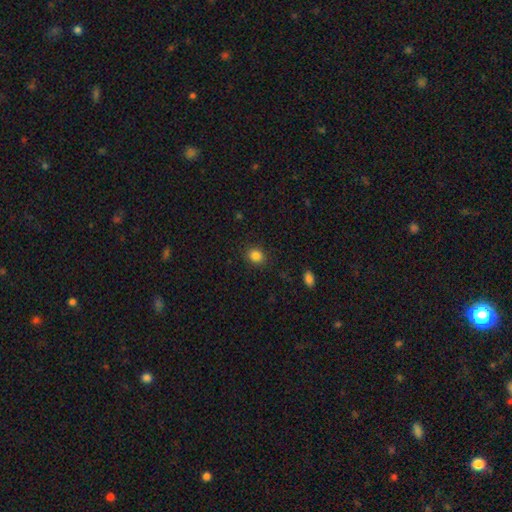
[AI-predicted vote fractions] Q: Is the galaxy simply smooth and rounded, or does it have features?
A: smooth — 84%.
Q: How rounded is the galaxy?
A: round — 62%.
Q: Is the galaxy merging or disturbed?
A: none — 88%.